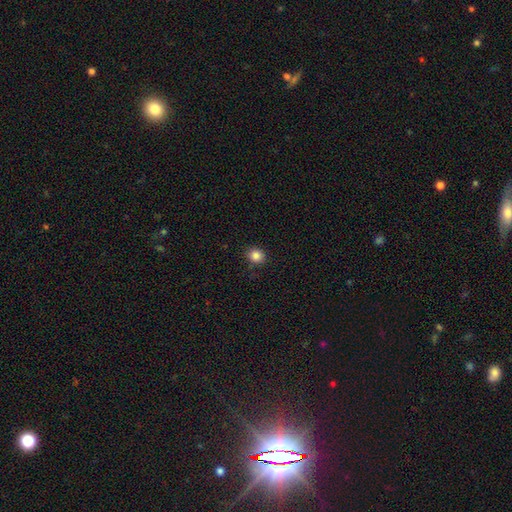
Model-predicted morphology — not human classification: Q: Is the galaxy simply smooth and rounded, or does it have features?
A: smooth — 85%.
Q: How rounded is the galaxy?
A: round — 75%.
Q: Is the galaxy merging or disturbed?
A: none — 87%.